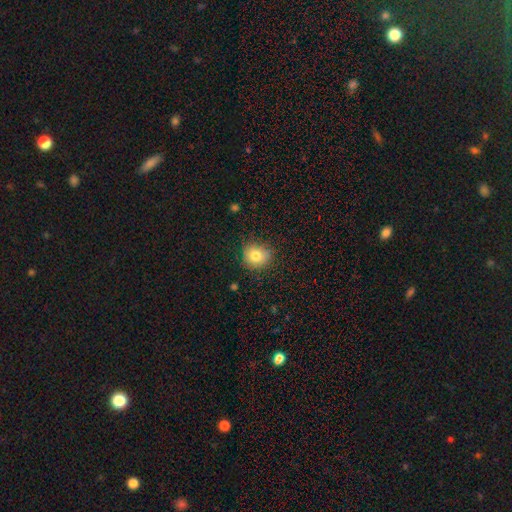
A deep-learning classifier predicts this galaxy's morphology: A smooth galaxy with no disk features (79%) that is round (82%). Merging: none (79%).